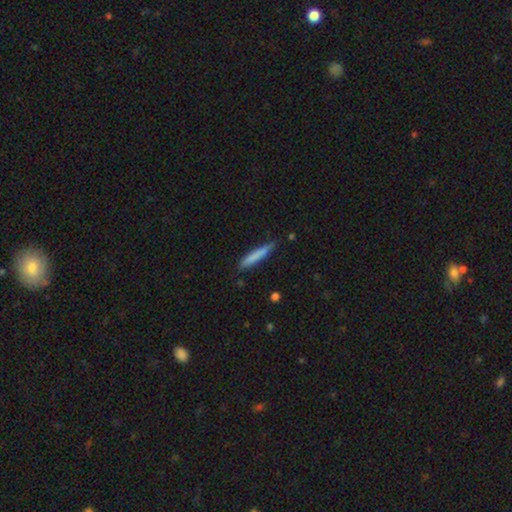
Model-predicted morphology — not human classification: Smooth or featured: smooth — 78% (featured or disk — 16%)
How rounded: cigar-shaped — 94% (in between — 5%)
Merging: none — 82% (minor disturbance — 14%)